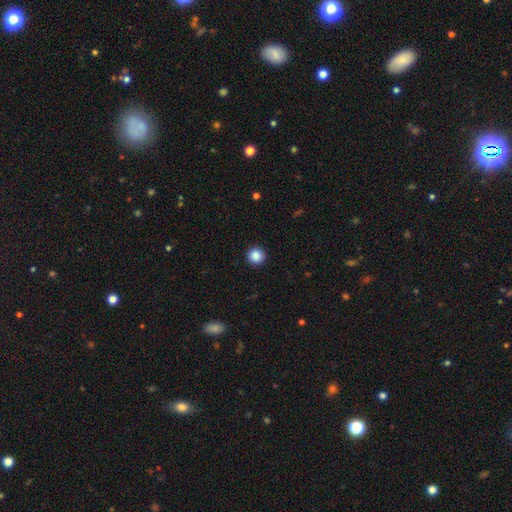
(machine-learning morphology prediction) smooth 87%, star or artifact 10%, featured or disk 3%. Down the decision tree: how rounded — round (95%); merging — none (93%).